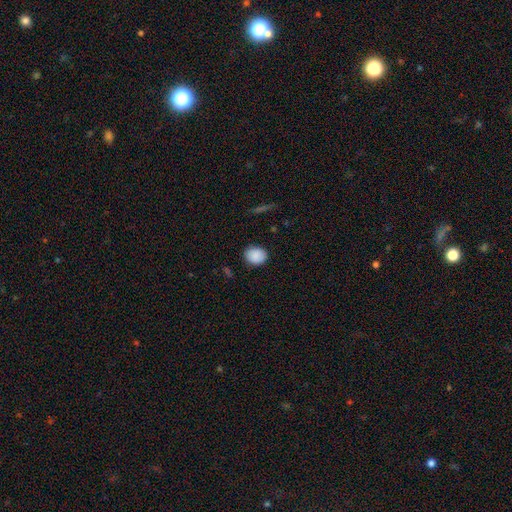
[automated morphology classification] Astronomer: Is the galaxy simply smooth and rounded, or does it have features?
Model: smooth — 89%.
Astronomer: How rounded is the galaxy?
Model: round — 61% (runner-up: in between, 38%).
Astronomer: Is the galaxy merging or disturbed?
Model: none — 86%.